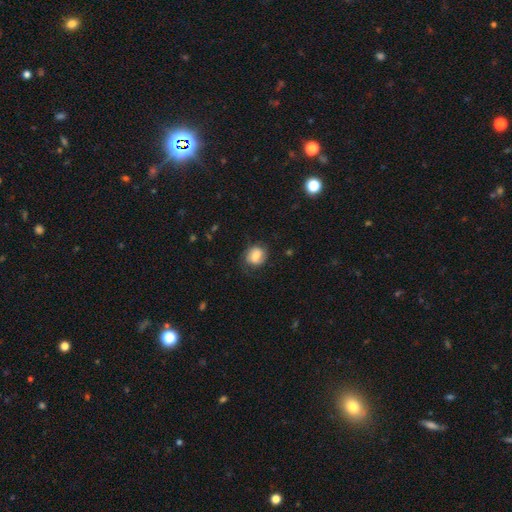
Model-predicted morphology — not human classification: Smooth or featured? Predicted: smooth (p=0.64). How rounded? Predicted: round (p=0.64). Merging? Predicted: none (p=0.72).